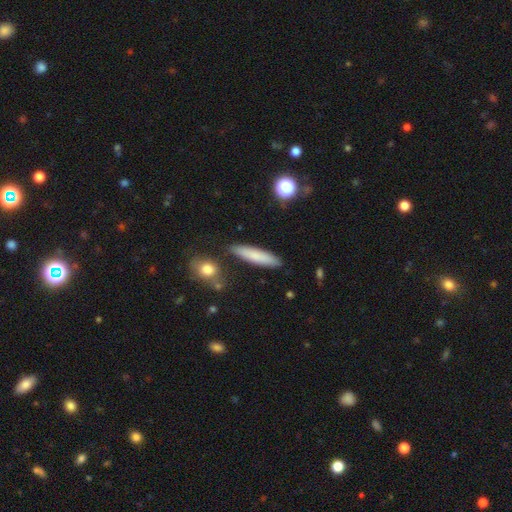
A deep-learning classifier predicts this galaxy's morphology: Smooth or featured?
  - smooth: 78% *
  - featured or disk: 15%
  - star or artifact: 7%
How rounded?
  - cigar-shaped: 84% *
  - in between: 14%
  - round: 2%
Merging?
  - none: 87% *
  - minor disturbance: 9%
  - merger: 3%
  - major disturbance: 2%